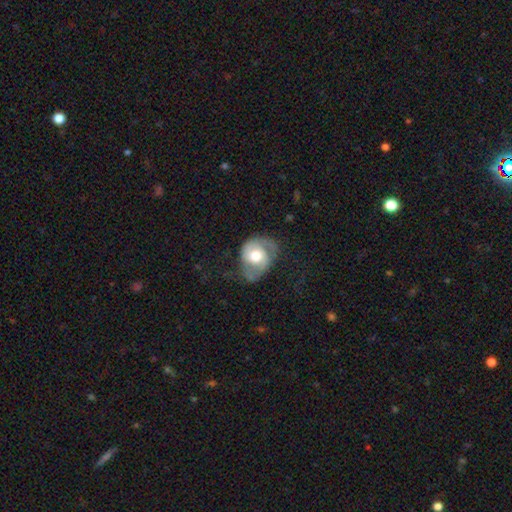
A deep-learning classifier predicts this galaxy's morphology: smooth-or-featured: featured or disk: 62% | smooth: 32% | star or artifact: 6%
  disk-edge-on: no: 96% | yes: 4%
    bar: no: 73% | weak: 22% | strong: 5%
    has-spiral-arms: yes: 79% | no: 21%
    bulge-size: moderate: 58% | large: 33% | small: 6% | dominant: 3% | none: 1%
  merging: none: 42% | minor disturbance: 29% | major disturbance: 27% | merger: 2%